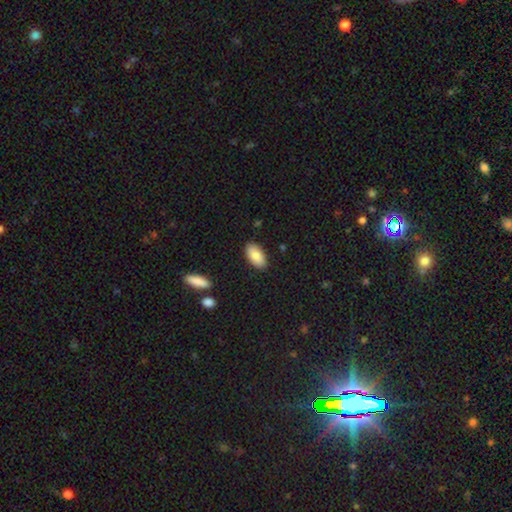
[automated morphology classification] This is clearly a smooth galaxy (86%). How rounded: clearly in between (94%). Merging: clearly none (87%).